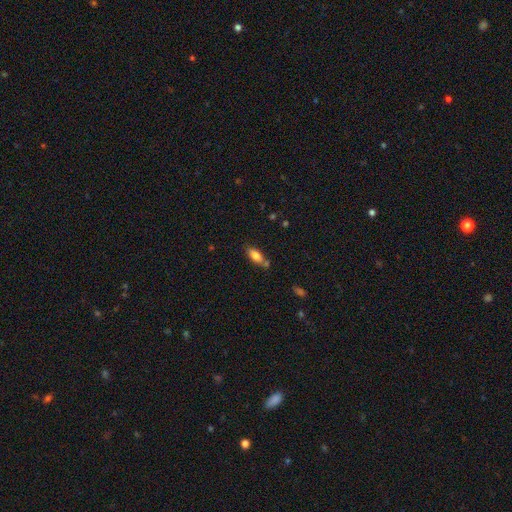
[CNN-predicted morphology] Overall: smooth (79%). How rounded: in between (80%). Merging: none (60%).